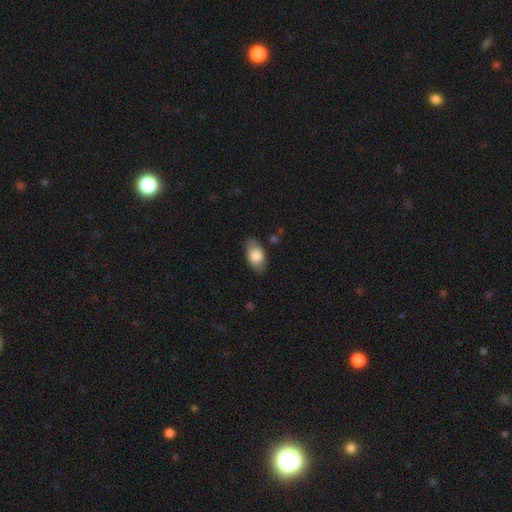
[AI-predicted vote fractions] Smooth or featured?
  - smooth: 78% *
  - featured or disk: 16%
  - star or artifact: 6%
How rounded?
  - in between: 91% *
  - round: 6%
  - cigar-shaped: 3%
Merging?
  - none: 80% *
  - minor disturbance: 15%
  - major disturbance: 4%
  - merger: 2%